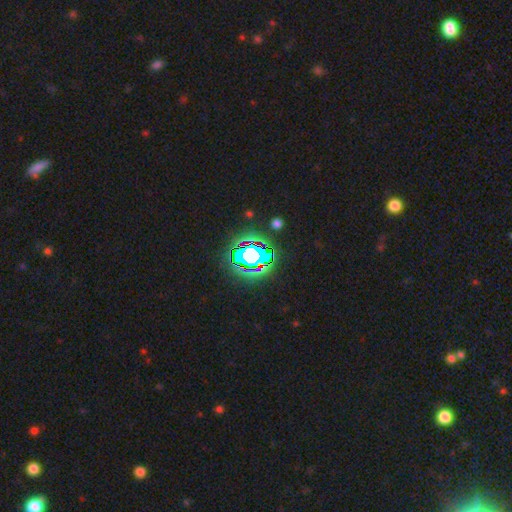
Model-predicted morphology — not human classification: Q: Smooth or featured?
A: star or artifact (78%); runner-up: smooth (13%)